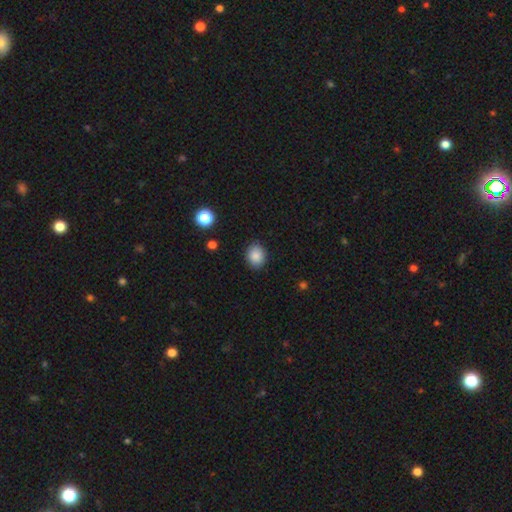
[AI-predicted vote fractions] smooth 87%, star or artifact 9%, featured or disk 4%. Down the decision tree: how rounded — in between (52%); merging — none (87%).